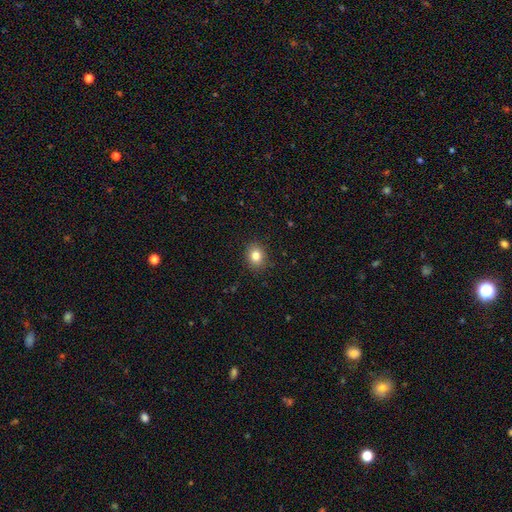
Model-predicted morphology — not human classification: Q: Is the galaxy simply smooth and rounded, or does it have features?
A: smooth — 82%.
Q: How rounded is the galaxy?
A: round — 62%.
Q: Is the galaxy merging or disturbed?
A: none — 89%.